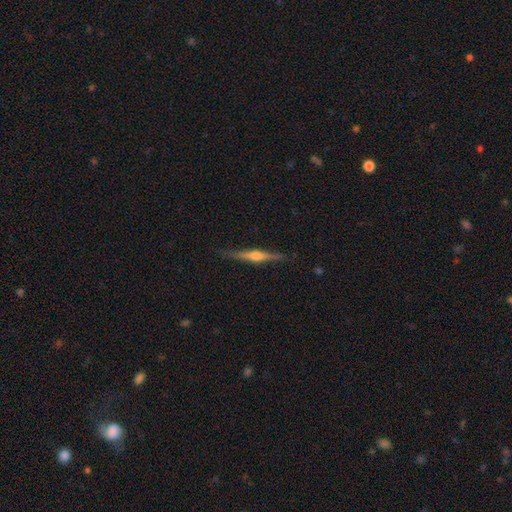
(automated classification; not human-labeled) Morphology: type=featured or disk (75%); edge-on=yes (98%); edge-on bulge=rounded (89%); merging=none (87%).